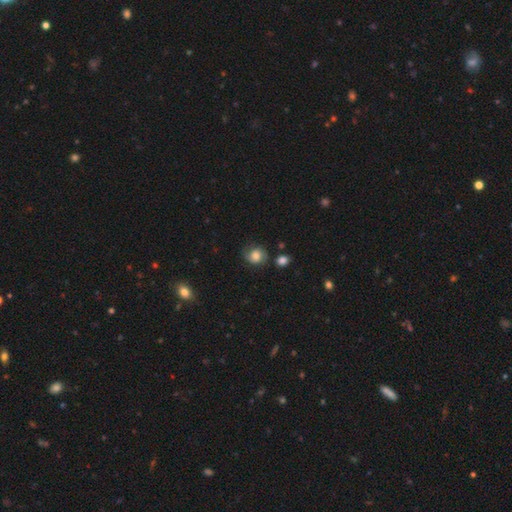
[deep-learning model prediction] Smooth or featured? smooth (62%)
How rounded? round (74%)
Merging? none (69%)